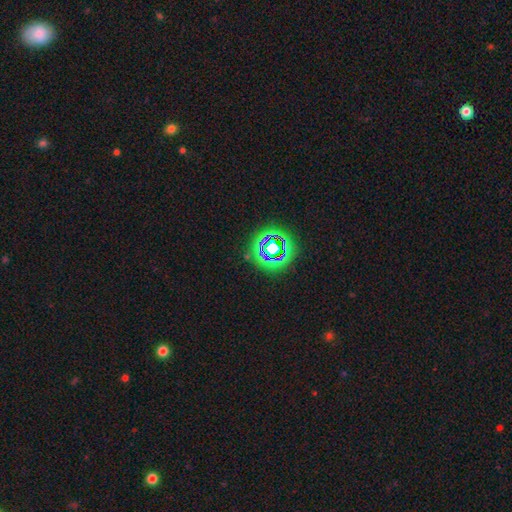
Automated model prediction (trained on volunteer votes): Overall: star or artifact (69%).